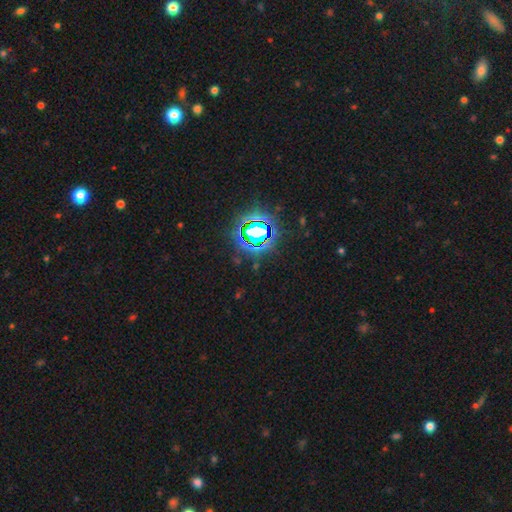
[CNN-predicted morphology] The model was most divided on "smooth or featured": star or artifact: 84%, smooth: 9%, featured or disk: 7%.